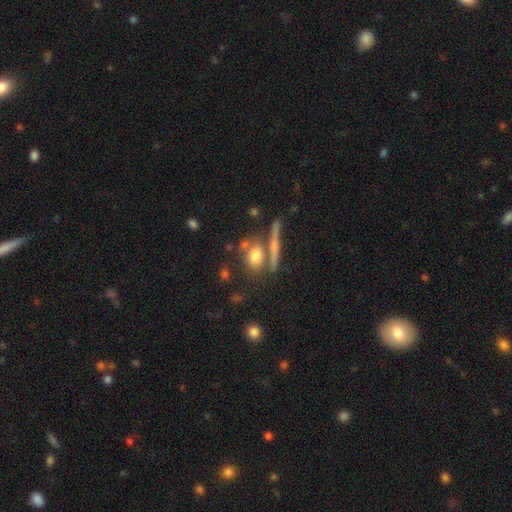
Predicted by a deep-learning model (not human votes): smooth 72%, featured or disk 17%, star or artifact 10%. Down the decision tree: how rounded — in between (46%); merging — none (60%).